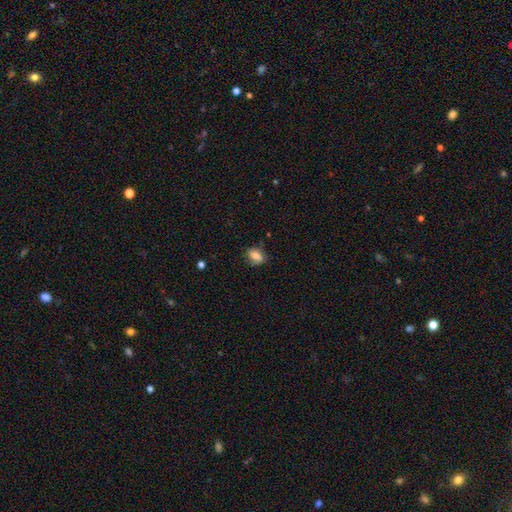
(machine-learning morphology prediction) Smooth or featured?
  - smooth: 75% *
  - featured or disk: 16%
  - star or artifact: 9%
How rounded?
  - in between: 75% *
  - round: 22%
  - cigar-shaped: 4%
Merging?
  - none: 71% *
  - minor disturbance: 21%
  - major disturbance: 5%
  - merger: 3%